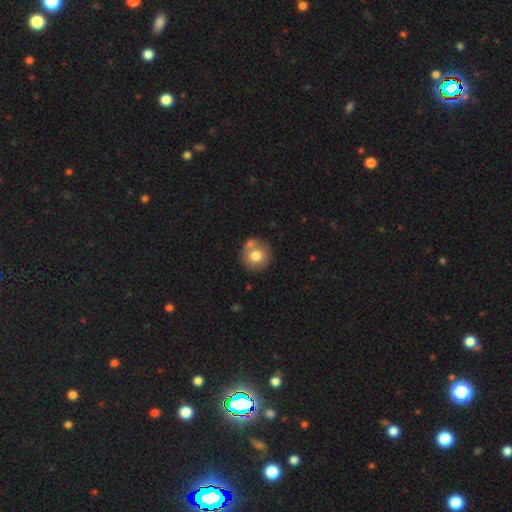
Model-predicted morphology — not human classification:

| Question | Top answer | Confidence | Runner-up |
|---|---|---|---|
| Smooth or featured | smooth | 75% | featured or disk (16%) |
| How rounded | round | 89% | in between (10%) |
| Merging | none | 62% | merger (24%) |